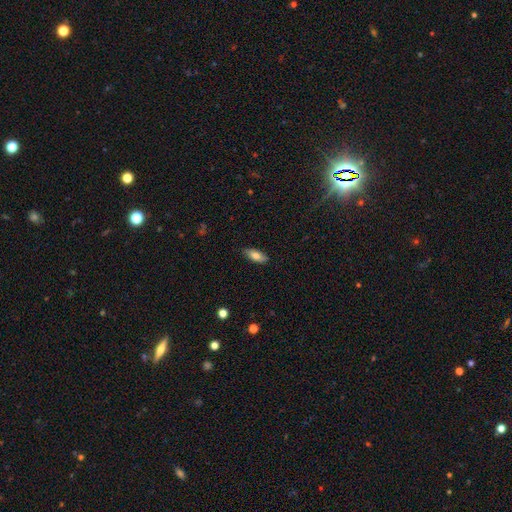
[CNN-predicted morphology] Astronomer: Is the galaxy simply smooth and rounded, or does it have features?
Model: smooth — 78%.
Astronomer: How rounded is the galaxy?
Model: in between — 78%.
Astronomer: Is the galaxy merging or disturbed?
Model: none — 86%.